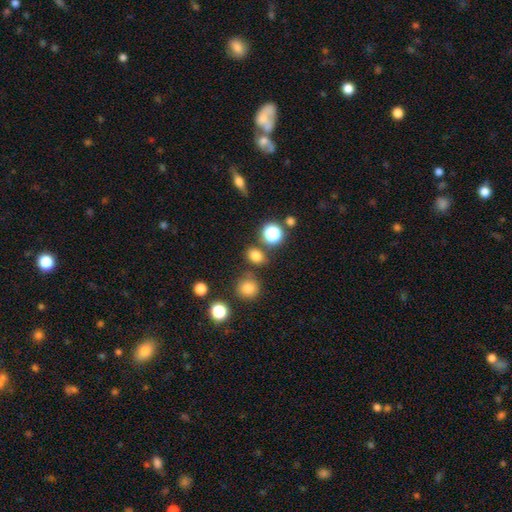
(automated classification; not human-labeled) smooth 75%, star or artifact 19%, featured or disk 6%. Down the decision tree: how rounded — round (58%); merging — none (77%).